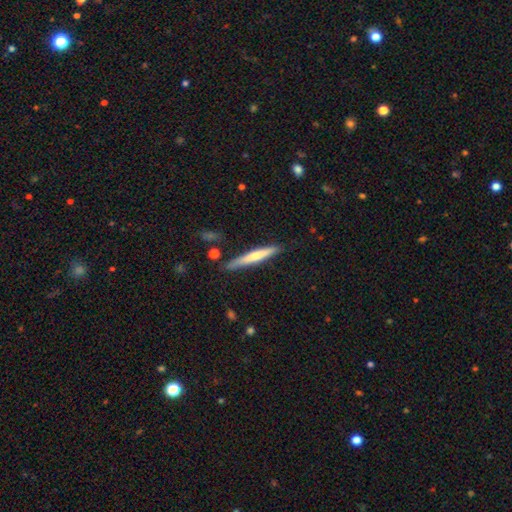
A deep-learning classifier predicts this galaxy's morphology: featured or disk 47% (tied), smooth 47% (tied), star or artifact 6%. Down the decision tree: merging — none (87%).